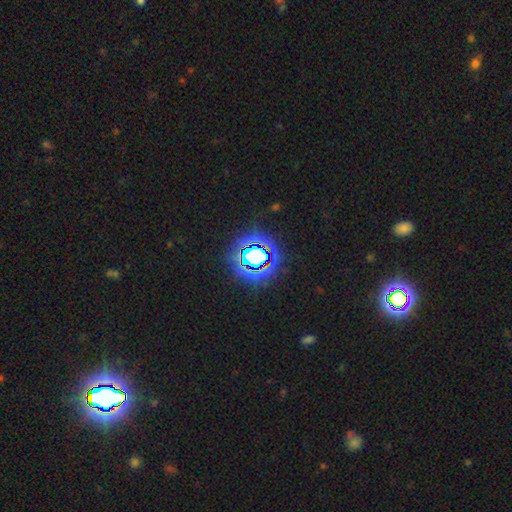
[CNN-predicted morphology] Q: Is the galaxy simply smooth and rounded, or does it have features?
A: star or artifact — 70%.